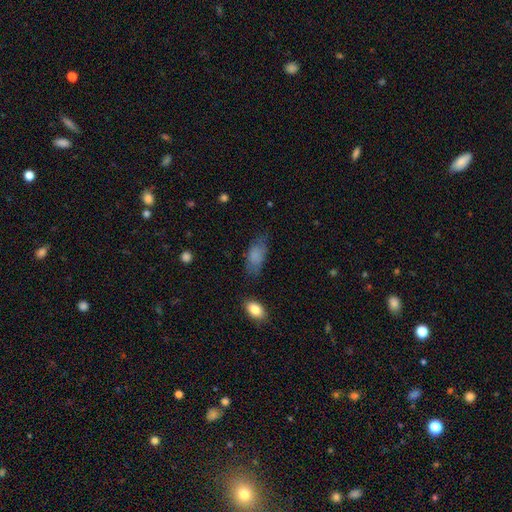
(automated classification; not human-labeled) A smooth galaxy with no disk features (81%) that is in between round and cigar-shaped (87%). Merging: none (64%).